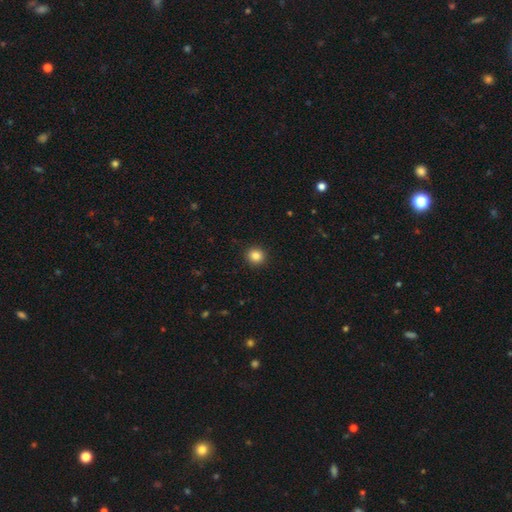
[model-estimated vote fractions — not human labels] The model was most divided on "smooth or featured": smooth: 85%, star or artifact: 11%, featured or disk: 4%. More confident: merging — none (92%); how rounded — round (91%).